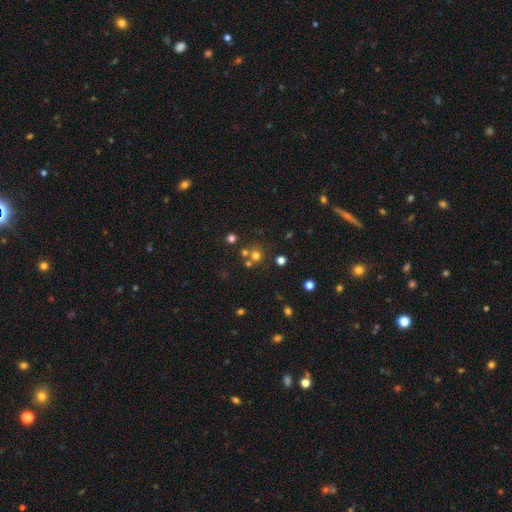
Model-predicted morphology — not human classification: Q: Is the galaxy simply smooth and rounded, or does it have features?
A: smooth — 64%.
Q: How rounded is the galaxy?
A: round — 90%.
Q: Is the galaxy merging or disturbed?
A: none — 66%.